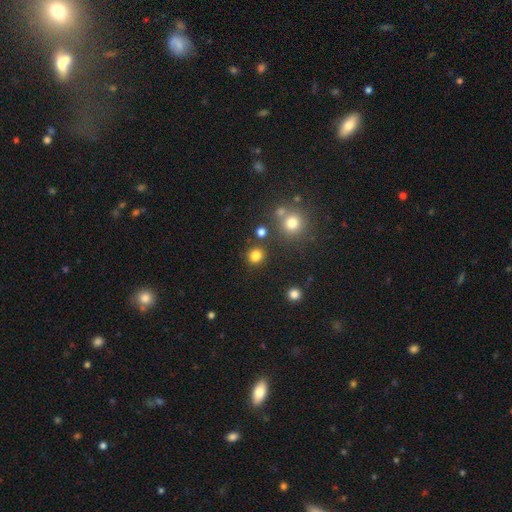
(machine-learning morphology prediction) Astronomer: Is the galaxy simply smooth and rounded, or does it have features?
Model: smooth — 81%.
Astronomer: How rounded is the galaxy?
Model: round — 86%.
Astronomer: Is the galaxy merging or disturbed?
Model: none — 85%.